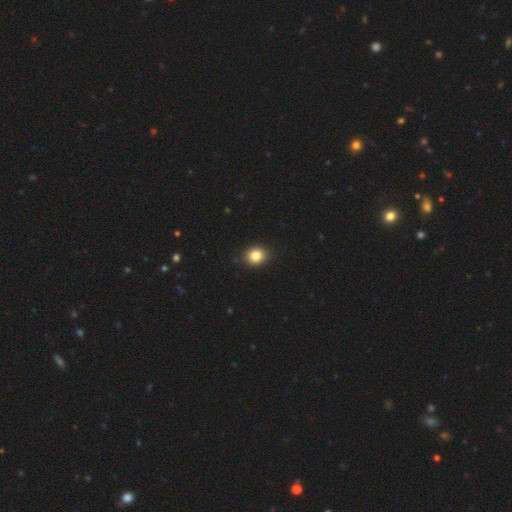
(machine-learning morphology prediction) Smooth or featured?
  - smooth: 84% *
  - star or artifact: 11%
  - featured or disk: 6%
How rounded?
  - round: 65% *
  - in between: 34%
  - cigar-shaped: 1%
Merging?
  - none: 89% *
  - minor disturbance: 8%
  - major disturbance: 2%
  - merger: 1%